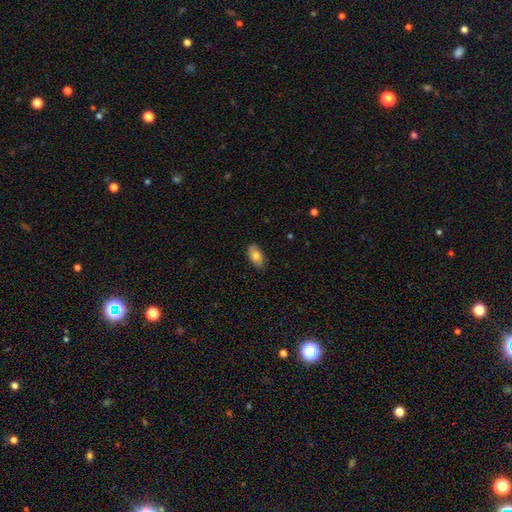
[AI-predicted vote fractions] smooth 77%, featured or disk 16%, star or artifact 7%. Down the decision tree: how rounded — in between (93%); merging — none (85%).